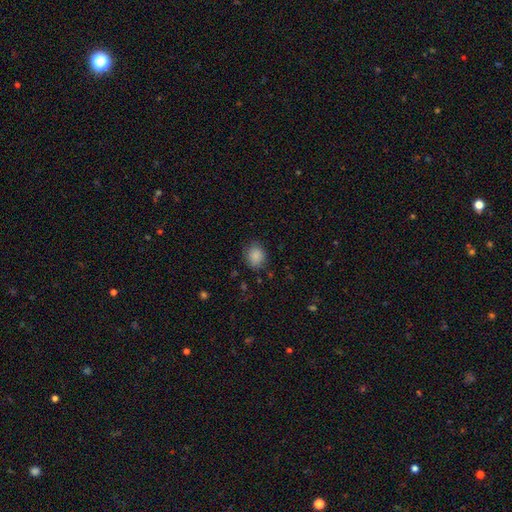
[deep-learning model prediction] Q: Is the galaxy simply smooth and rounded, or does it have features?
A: smooth — 87%.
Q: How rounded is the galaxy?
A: round — 64%.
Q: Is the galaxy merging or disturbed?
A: none — 78%.